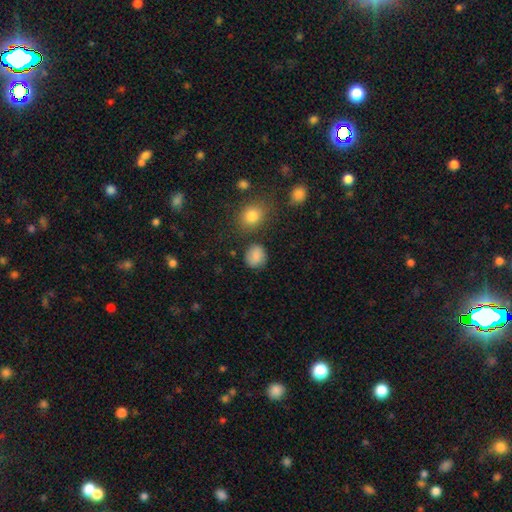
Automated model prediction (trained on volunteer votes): Smooth or featured?
  - smooth: 84% *
  - star or artifact: 10%
  - featured or disk: 6%
How rounded?
  - round: 72% *
  - in between: 27%
  - cigar-shaped: 1%
Merging?
  - none: 79% *
  - minor disturbance: 14%
  - major disturbance: 4%
  - merger: 4%